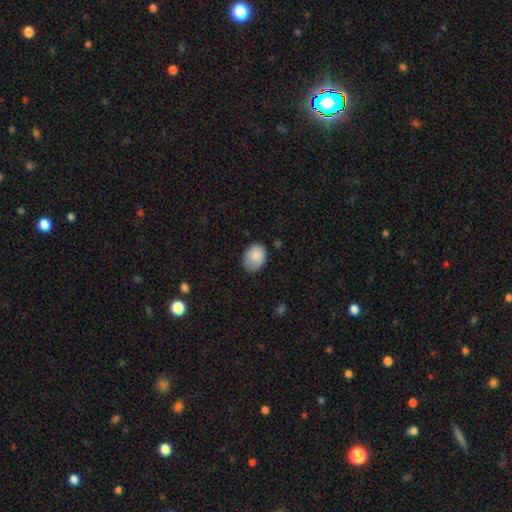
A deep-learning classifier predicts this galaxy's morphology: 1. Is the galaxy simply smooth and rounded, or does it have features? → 87% smooth, 7% star or artifact, 6% featured or disk.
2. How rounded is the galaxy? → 64% in between, 35% round, 1% cigar-shaped.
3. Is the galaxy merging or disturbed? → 70% none, 24% minor disturbance, 4% major disturbance, 2% merger.